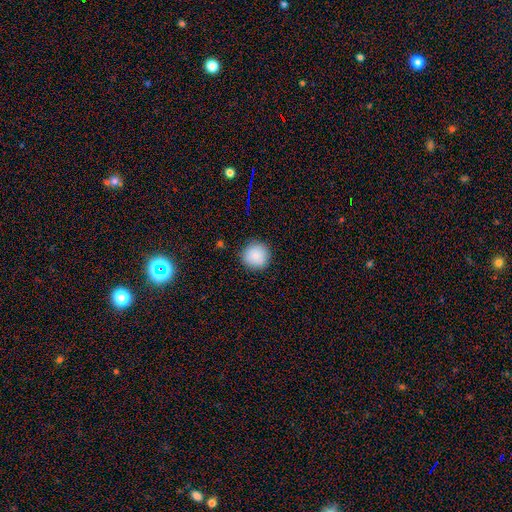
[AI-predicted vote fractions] Smooth or featured? smooth (87%)
How rounded? round (95%)
Merging? none (89%)